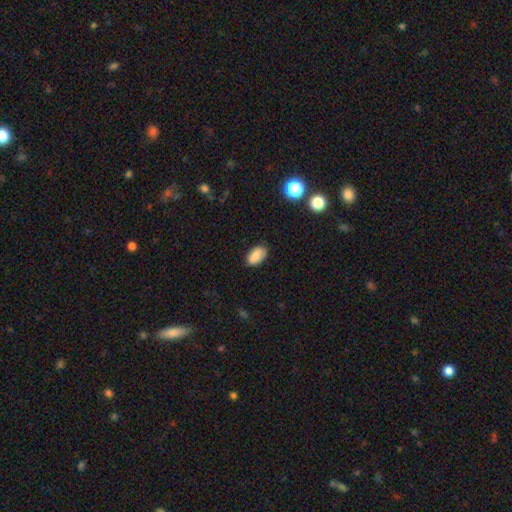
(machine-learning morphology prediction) smooth 86%, star or artifact 8%, featured or disk 6%. Down the decision tree: how rounded — in between (93%); merging — none (82%).